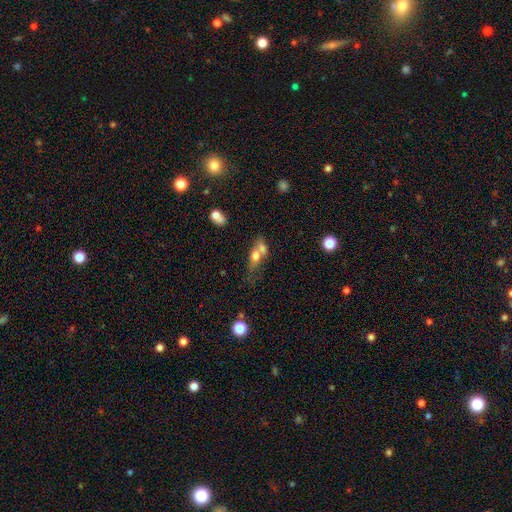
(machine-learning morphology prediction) smooth-or-featured: smooth: 65% | featured or disk: 25% | star or artifact: 10%
  how-rounded: in between: 65% | round: 20% | cigar-shaped: 15%
  merging: merger: 58% | none: 24% | minor disturbance: 11% | major disturbance: 8%